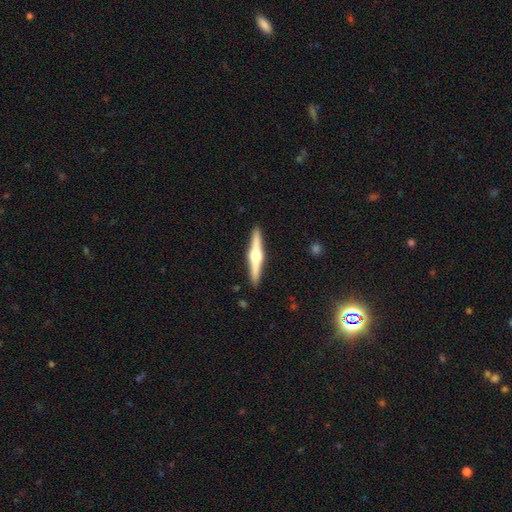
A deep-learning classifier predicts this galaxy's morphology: Smooth or featured: featured or disk — 75% (smooth — 20%)
Edge-on disk: yes — 98% (no — 2%)
Edge-on bulge: rounded — 95% (boxy — 3%)
Merging: none — 91% (minor disturbance — 6%)